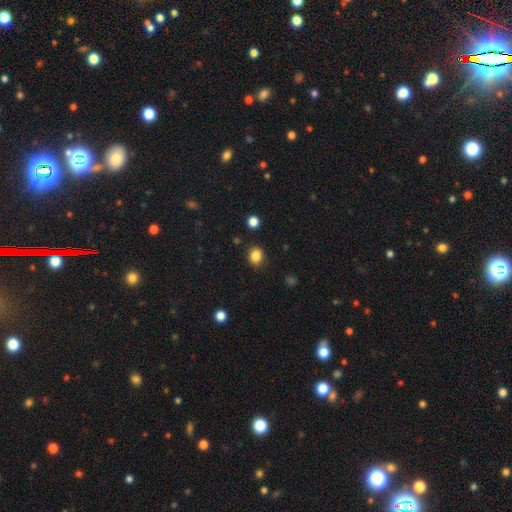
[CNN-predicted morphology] type=smooth (85%); roundness=round (65%); merging=none (87%).